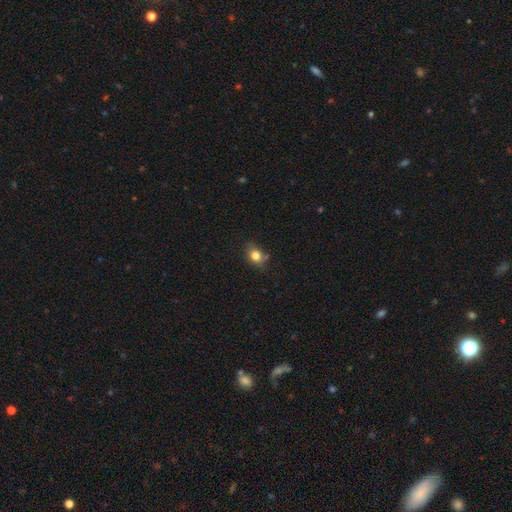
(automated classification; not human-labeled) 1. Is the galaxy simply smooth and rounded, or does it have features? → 80% smooth, 11% star or artifact, 9% featured or disk.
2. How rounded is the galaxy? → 52% in between, 47% round, 2% cigar-shaped.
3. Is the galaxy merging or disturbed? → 70% none, 20% minor disturbance, 6% merger, 4% major disturbance.